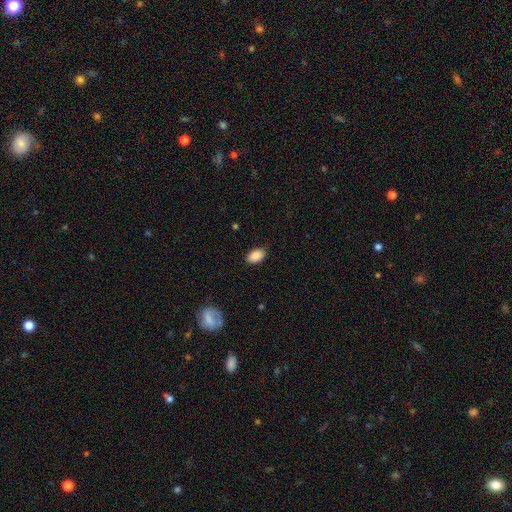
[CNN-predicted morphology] Smooth or featured? Predicted: smooth (p=0.89). How rounded? Predicted: in between (p=0.92). Merging? Predicted: none (p=0.87).